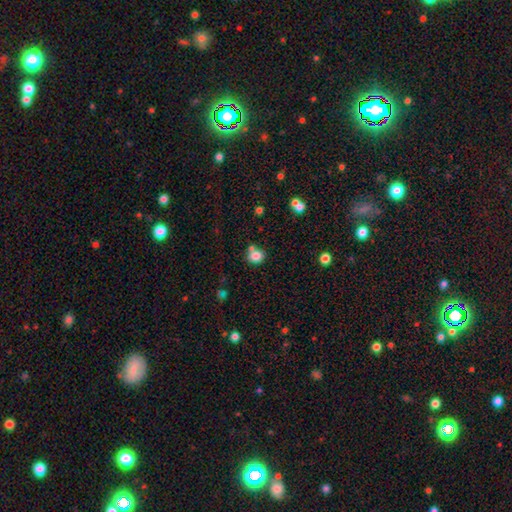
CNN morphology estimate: type=smooth (82%); roundness=round (69%); merging=none (65%).